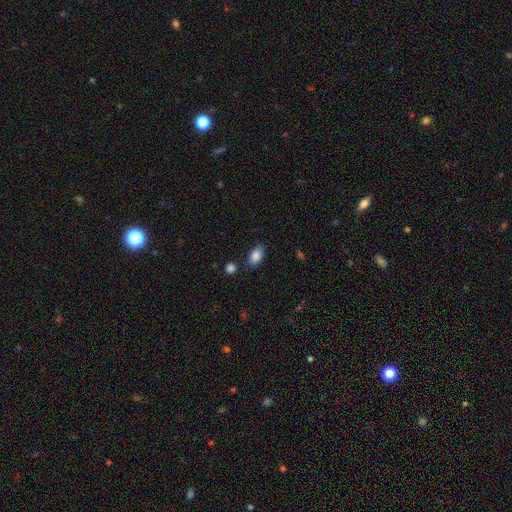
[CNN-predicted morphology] A smooth galaxy with no disk features (86%) that is in between round and cigar-shaped (91%).

Vote fractions:
- Smooth or featured? smooth: 86% / star or artifact: 8% / featured or disk: 6%
- How rounded? in between: 91% / round: 6% / cigar-shaped: 3%
- Merging? none: 81% / minor disturbance: 13% / merger: 3% / major disturbance: 3%